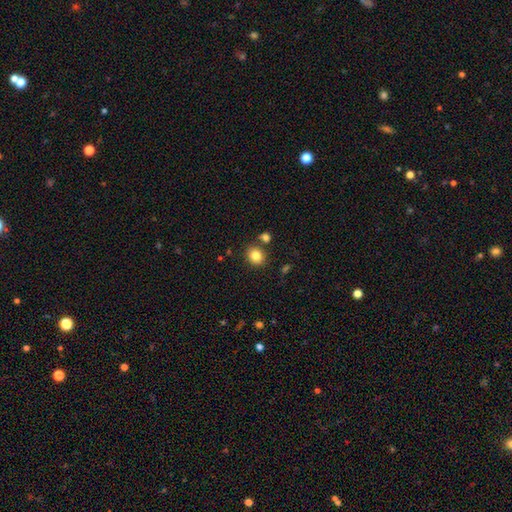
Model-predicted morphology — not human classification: This appears to be a smooth galaxy with no disk features (84%) that is round (74%). Merging: none (79%).